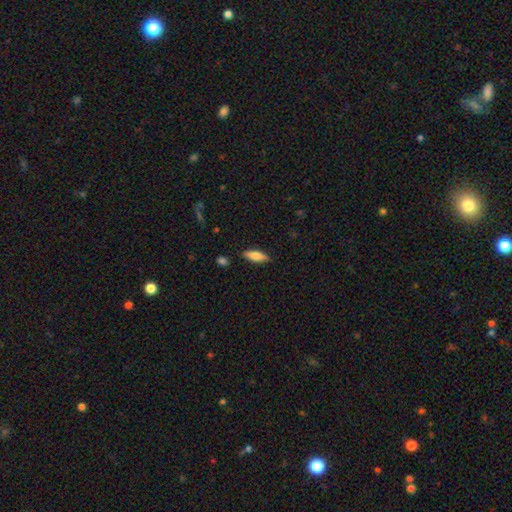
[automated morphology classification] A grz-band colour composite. It shows a smooth galaxy with no disk features (70%) that is in between round and cigar-shaped (53%). Merging: none (87%).